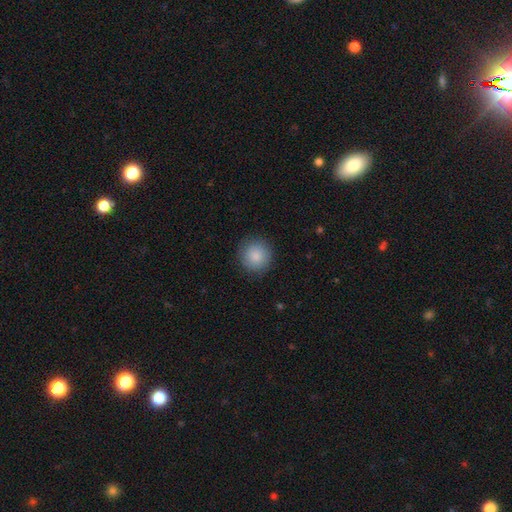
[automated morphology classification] smooth 87%, star or artifact 8%, featured or disk 5%. Down the decision tree: how rounded — round (94%); merging — none (89%).